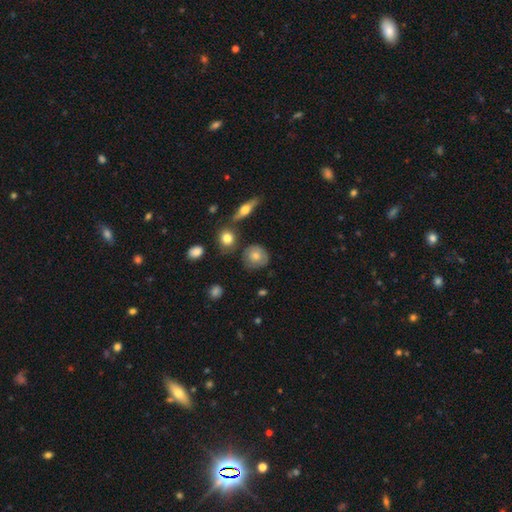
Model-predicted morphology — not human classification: type=smooth (63%); roundness=round (82%); merging=none (68%).